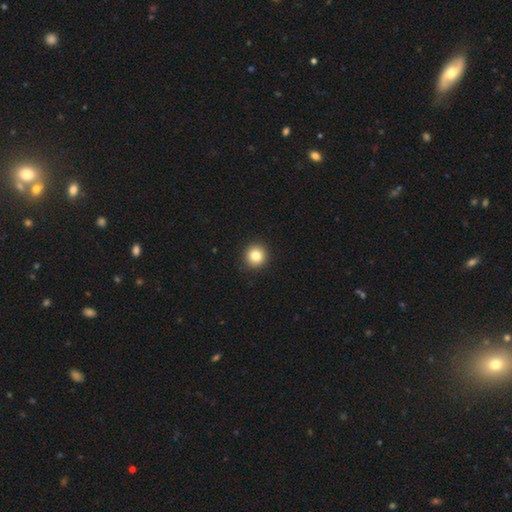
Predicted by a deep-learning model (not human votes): Smooth or featured? smooth (82%)
How rounded? round (94%)
Merging? none (93%)